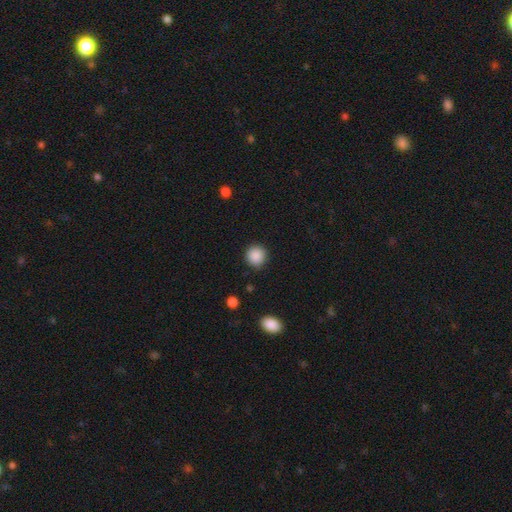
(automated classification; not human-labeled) smooth_or_featured: smooth (p=0.88) [alt: star or artifact p=0.09]
how_rounded: round (p=0.94) [alt: in between p=0.05]
merging: none (p=0.90) [alt: minor disturbance p=0.07]